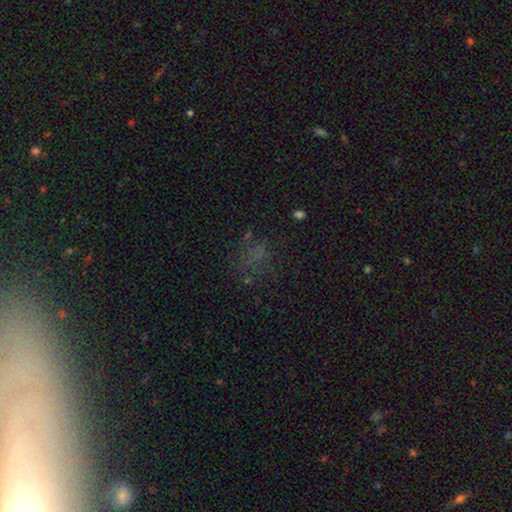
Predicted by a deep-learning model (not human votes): A smooth galaxy with no disk features (47%). Merging: none (59%).